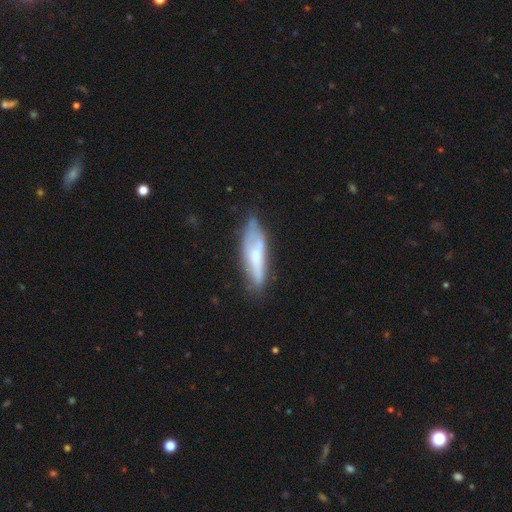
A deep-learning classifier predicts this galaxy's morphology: Smooth or featured: smooth — 48% (featured or disk — 44%)
Merging: none — 56% (minor disturbance — 29%)